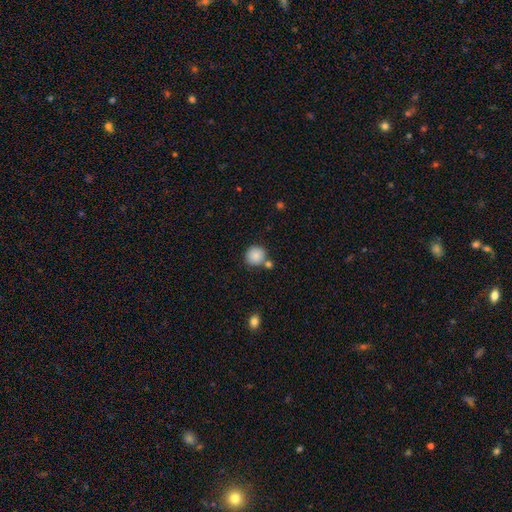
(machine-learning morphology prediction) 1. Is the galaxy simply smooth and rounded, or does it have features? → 86% smooth, 9% star or artifact, 5% featured or disk.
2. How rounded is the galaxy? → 90% round, 9% in between, 1% cigar-shaped.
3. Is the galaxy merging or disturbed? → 73% none, 14% merger, 10% minor disturbance, 3% major disturbance.